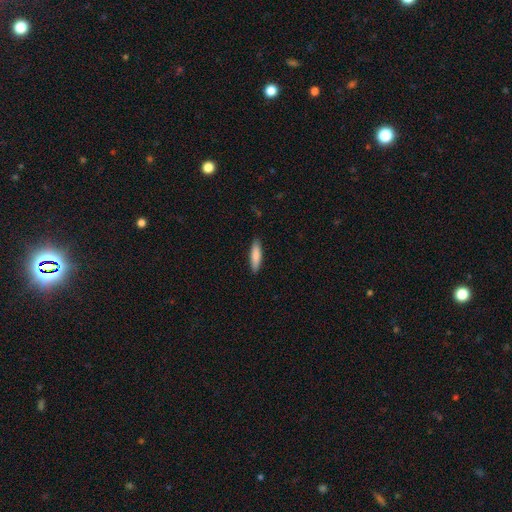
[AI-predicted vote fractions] Smooth or featured?
  - smooth: 84% *
  - featured or disk: 11%
  - star or artifact: 5%
How rounded?
  - cigar-shaped: 71% *
  - in between: 28%
  - round: 1%
Merging?
  - none: 88% *
  - minor disturbance: 9%
  - major disturbance: 2%
  - merger: 1%